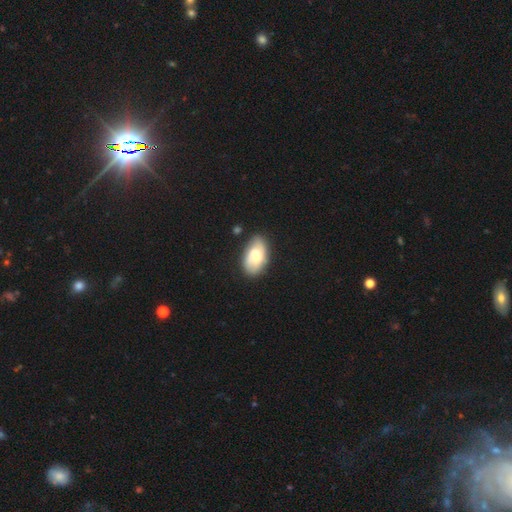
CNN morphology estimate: type=smooth (54%); roundness=in between (93%); merging=none (72%).